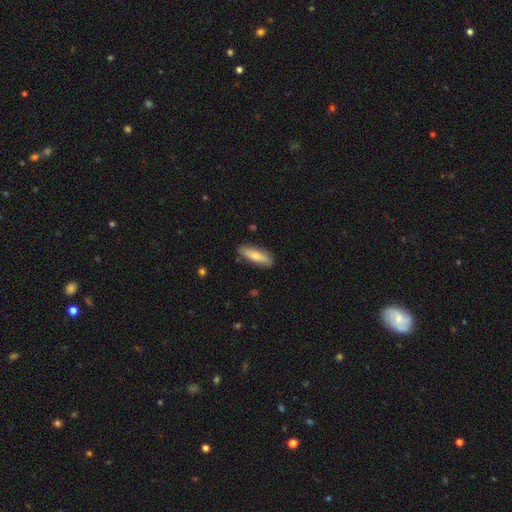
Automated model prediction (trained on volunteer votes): Smooth or featured?
  - smooth: 71% *
  - featured or disk: 24%
  - star or artifact: 6%
How rounded?
  - cigar-shaped: 53% *
  - in between: 45%
  - round: 2%
Merging?
  - none: 85% *
  - minor disturbance: 12%
  - major disturbance: 2%
  - merger: 1%